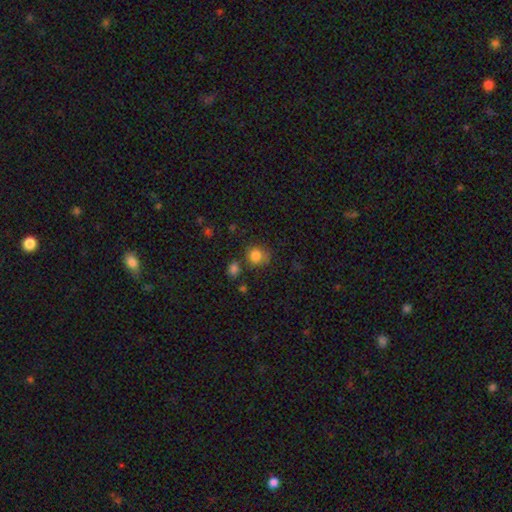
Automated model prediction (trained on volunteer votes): Q: Smooth or featured?
A: smooth (82%); runner-up: star or artifact (11%)
Q: How rounded?
A: round (84%); runner-up: in between (15%)
Q: Merging?
A: none (66%); runner-up: minor disturbance (18%)